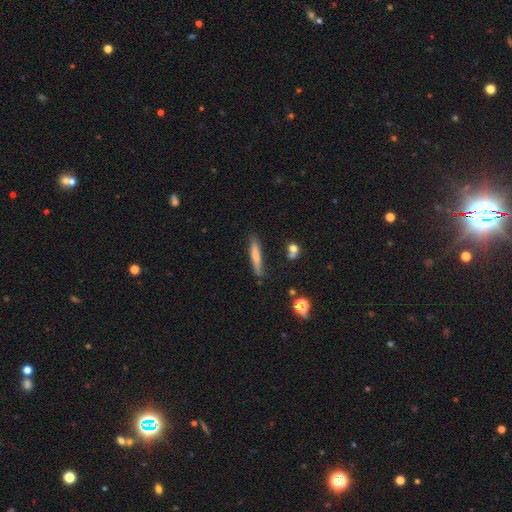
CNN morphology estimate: smooth-or-featured: smooth: 69% | featured or disk: 24% | star or artifact: 7%
  how-rounded: cigar-shaped: 92% | in between: 7% | round: 2%
  merging: none: 79% | minor disturbance: 14% | merger: 3% | major disturbance: 3%